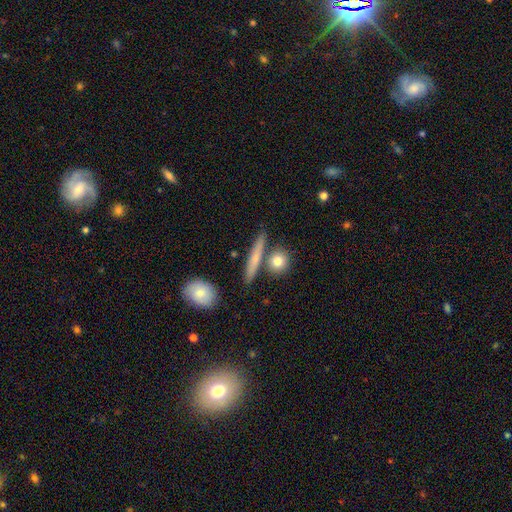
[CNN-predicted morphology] Smooth or featured? smooth (58%)
How rounded? cigar-shaped (69%)
Merging? none (78%)